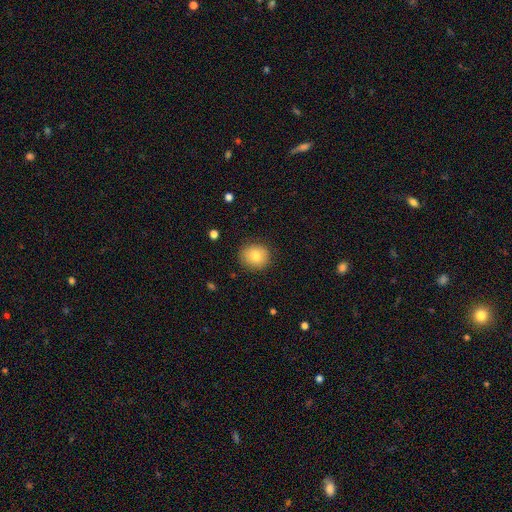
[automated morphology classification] Smooth or featured?
  - smooth: 81% *
  - featured or disk: 10%
  - star or artifact: 9%
How rounded?
  - round: 83% *
  - in between: 16%
  - cigar-shaped: 1%
Merging?
  - none: 87% *
  - minor disturbance: 9%
  - major disturbance: 2%
  - merger: 1%